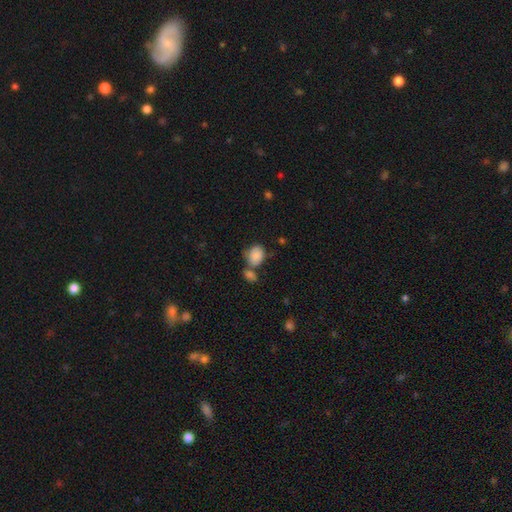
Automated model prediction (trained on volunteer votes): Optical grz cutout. It shows a smooth galaxy with no disk features (86%) that is in between round and cigar-shaped (60%). Merging: none (41%).